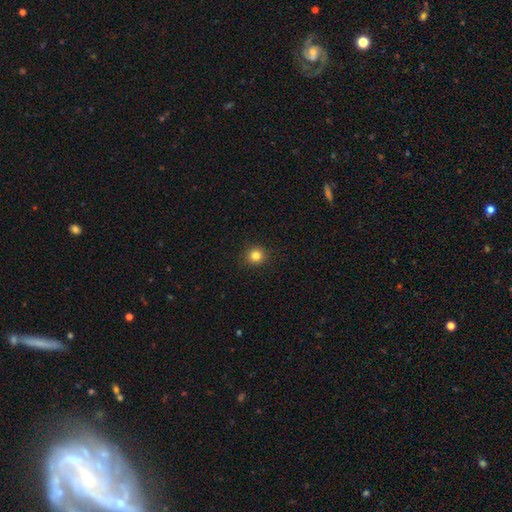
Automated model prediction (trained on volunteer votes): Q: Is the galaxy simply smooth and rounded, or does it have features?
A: smooth — 82%.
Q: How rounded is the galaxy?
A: round — 92%.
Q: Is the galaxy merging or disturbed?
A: none — 92%.